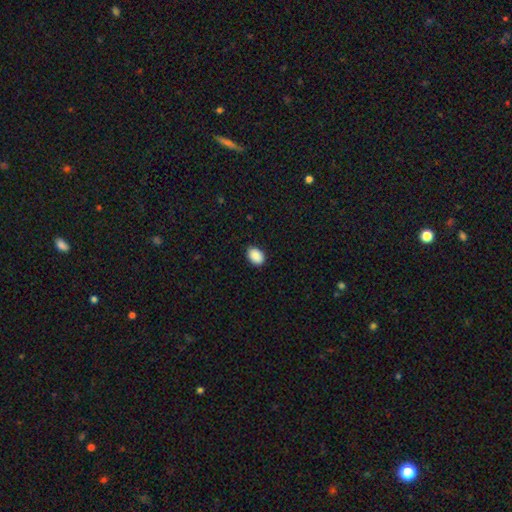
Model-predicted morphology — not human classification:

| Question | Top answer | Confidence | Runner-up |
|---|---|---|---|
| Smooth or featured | smooth | 90% | star or artifact (7%) |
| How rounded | in between | 83% | round (16%) |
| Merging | none | 88% | minor disturbance (9%) |